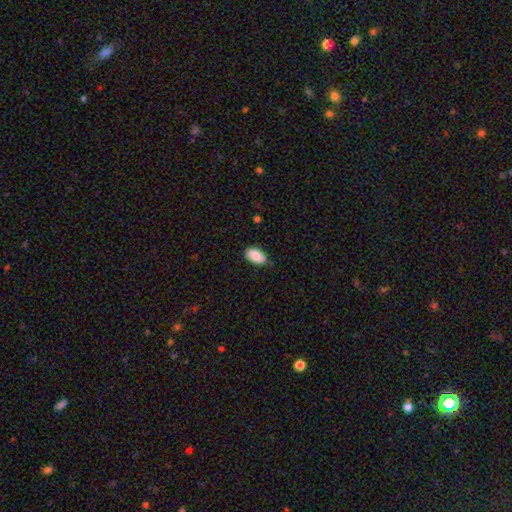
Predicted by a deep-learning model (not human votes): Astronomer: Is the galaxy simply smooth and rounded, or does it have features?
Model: smooth — 89%.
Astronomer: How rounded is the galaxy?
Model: in between — 95%.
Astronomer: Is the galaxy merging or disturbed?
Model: none — 82%.